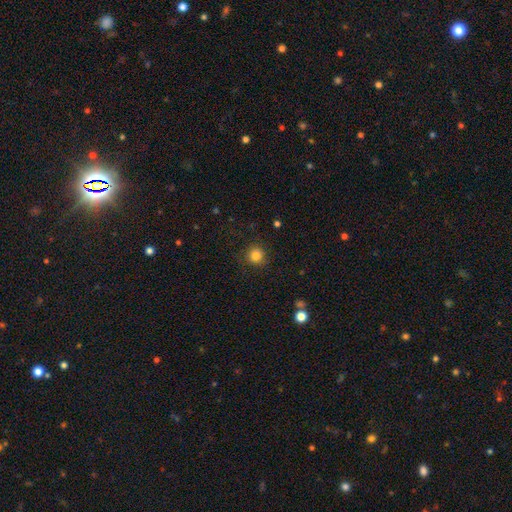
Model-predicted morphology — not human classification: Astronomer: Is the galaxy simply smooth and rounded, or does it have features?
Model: smooth — 84%.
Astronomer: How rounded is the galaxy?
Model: round — 92%.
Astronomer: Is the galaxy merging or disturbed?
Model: none — 86%.